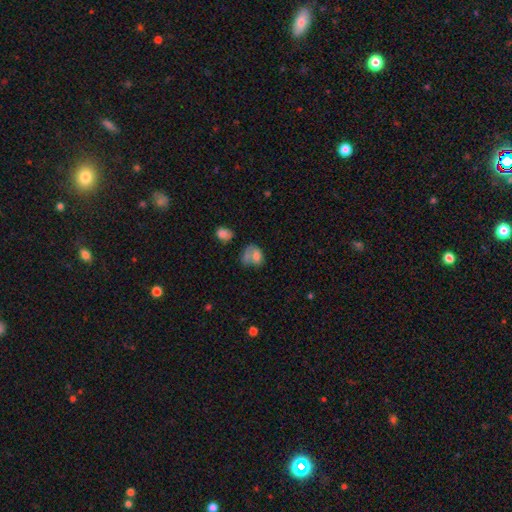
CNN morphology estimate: smooth_or_featured: smooth (p=0.68) [alt: featured or disk p=0.22]
how_rounded: in between (p=0.63) [alt: round p=0.36]
merging: merger (p=0.32) [alt: none p=0.27]